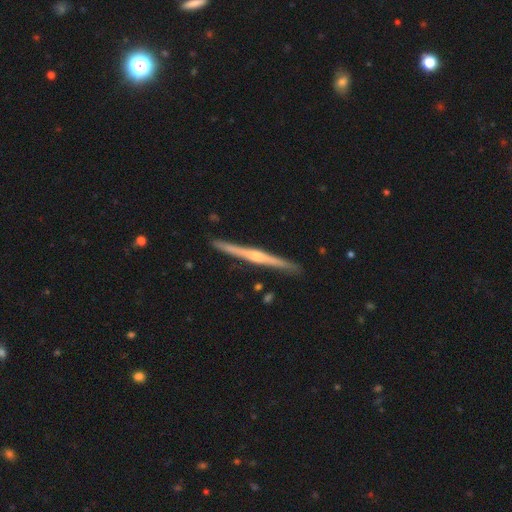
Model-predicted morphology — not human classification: smooth_or_featured: featured or disk (p=0.78) [alt: smooth p=0.17]
disk_edge_on: yes (p=0.98) [alt: no p=0.02]
edge_on_bulge: rounded (p=0.70) [alt: none p=0.18]
merging: none (p=0.91) [alt: minor disturbance p=0.07]